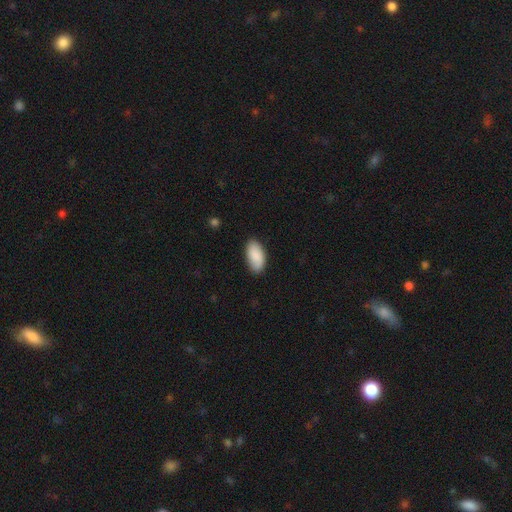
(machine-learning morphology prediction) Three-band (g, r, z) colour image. It shows a smooth galaxy with no disk features (88%) that is in between round and cigar-shaped (95%). Merging: none (83%).